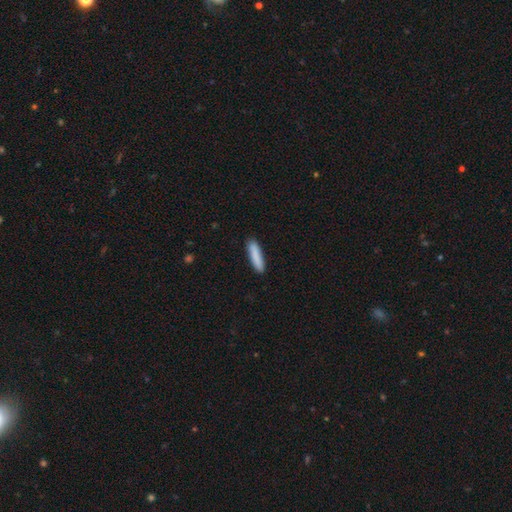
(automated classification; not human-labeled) The model was most divided on "how rounded": cigar-shaped: 81%, in between: 18%, round: 1%. More confident: merging — none (89%); smooth or featured — smooth (87%).